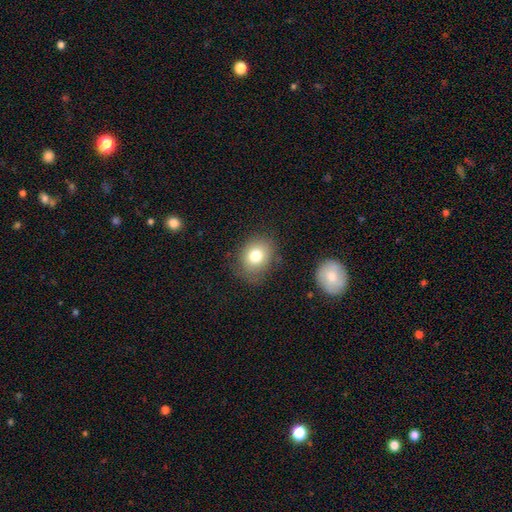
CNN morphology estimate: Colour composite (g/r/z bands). It shows a smooth galaxy with no disk features (77%) that is round (56%). Merging: none (75%).